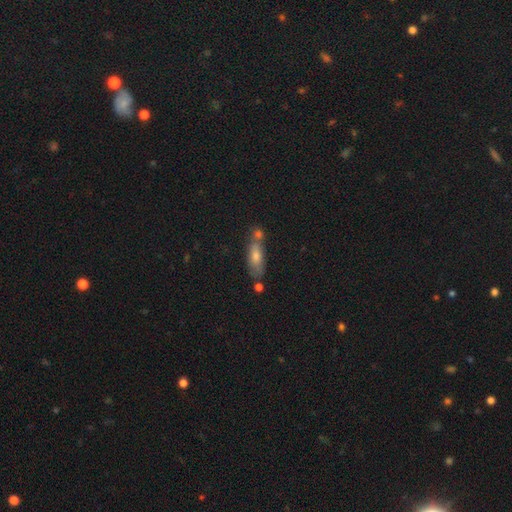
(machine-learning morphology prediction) This appears to be a smooth galaxy with no disk features (59%) that is in between round and cigar-shaped (58%). Merging: none (51%).